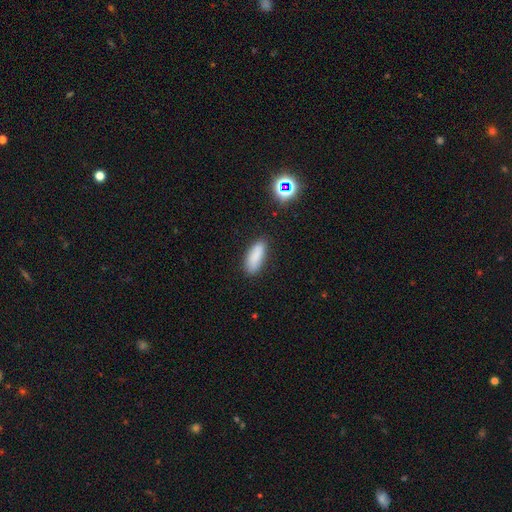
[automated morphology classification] This is clearly a smooth galaxy (86%). How rounded: likely in between (69%). Merging: clearly none (82%).